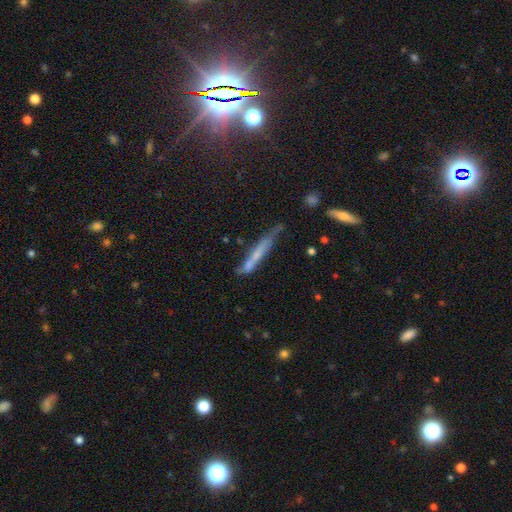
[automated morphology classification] Smooth or featured: smooth — 48% (featured or disk — 42%)
Merging: none — 53% (minor disturbance — 28%)